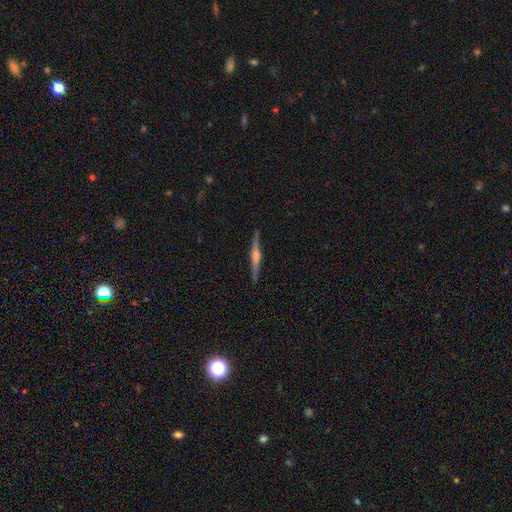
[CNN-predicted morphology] Smooth or featured? Predicted: featured or disk (p=0.76). Edge-on disk? Predicted: yes (p=0.98). Edge-on bulge? Predicted: rounded (p=0.84). Merging? Predicted: none (p=0.90).